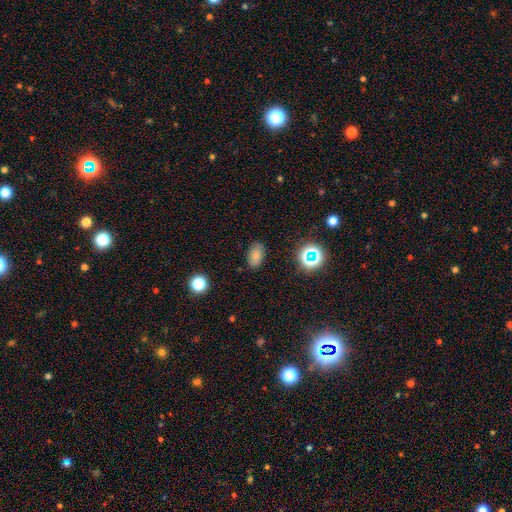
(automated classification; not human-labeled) This appears to be a smooth galaxy with no disk features (78%) that is in between round and cigar-shaped (90%). Merging: none (84%).